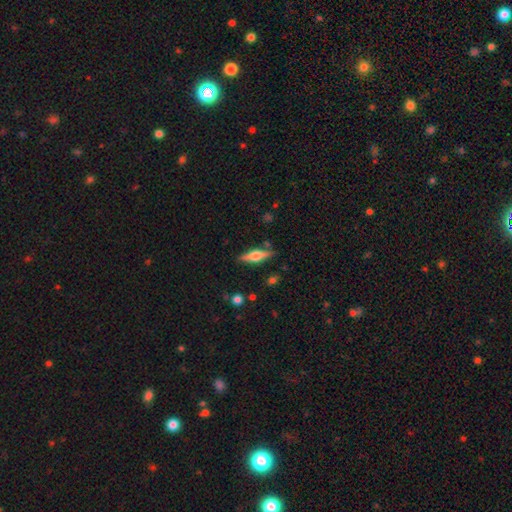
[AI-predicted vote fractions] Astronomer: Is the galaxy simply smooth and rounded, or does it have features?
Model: featured or disk — 54% (runner-up: smooth, 39%).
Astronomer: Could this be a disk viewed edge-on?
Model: yes — 95%.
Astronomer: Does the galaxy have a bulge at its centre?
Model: rounded — 85%.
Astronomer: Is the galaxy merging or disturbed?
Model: none — 84%.